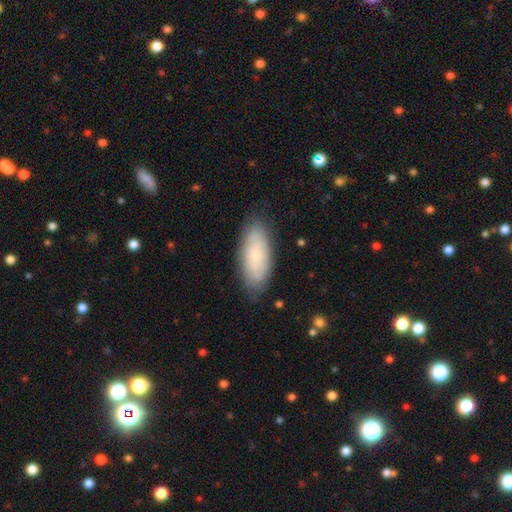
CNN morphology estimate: smooth_or_featured: smooth (p=0.67) [alt: featured or disk p=0.27]
how_rounded: in between (p=0.80) [alt: cigar-shaped p=0.18]
merging: none (p=0.82) [alt: minor disturbance p=0.14]